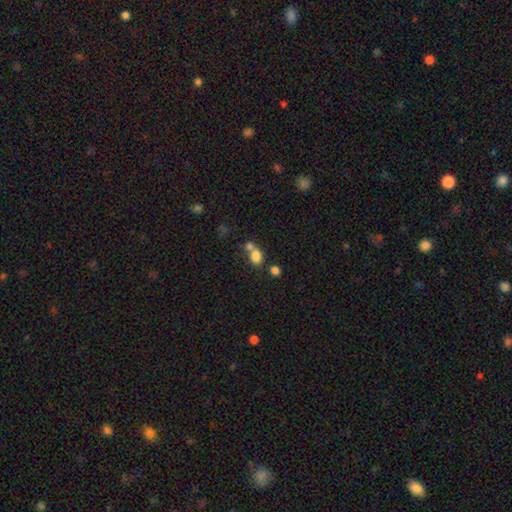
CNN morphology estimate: Q: Smooth or featured?
A: smooth (80%); runner-up: star or artifact (11%)
Q: How rounded?
A: in between (63%); runner-up: round (36%)
Q: Merging?
A: merger (48%); runner-up: none (38%)